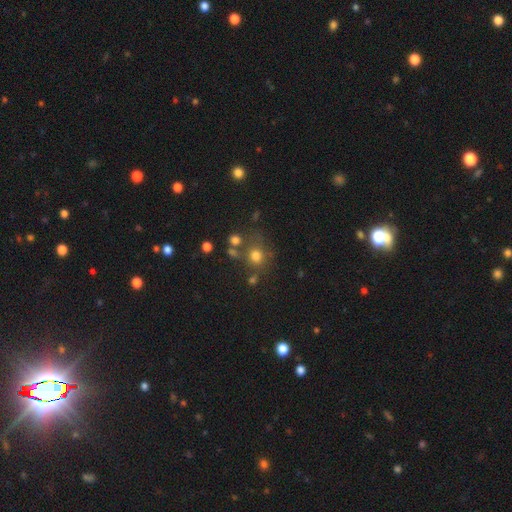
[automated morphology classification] Smooth or featured?
  - smooth: 73% *
  - star or artifact: 17%
  - featured or disk: 10%
How rounded?
  - round: 84% *
  - in between: 15%
  - cigar-shaped: 1%
Merging?
  - none: 63% *
  - merger: 16%
  - minor disturbance: 13%
  - major disturbance: 8%